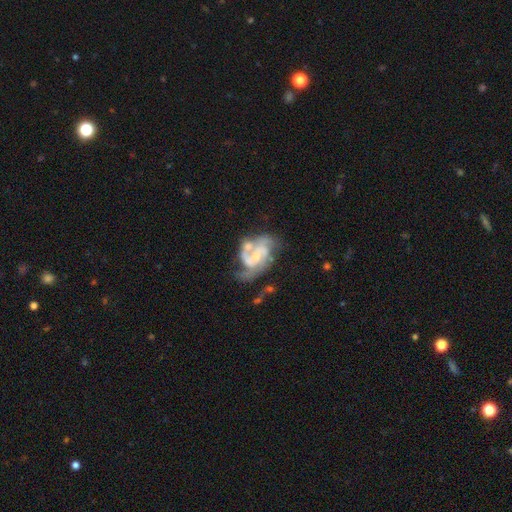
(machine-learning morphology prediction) Smooth or featured: featured or disk — 83% (smooth — 11%)
Edge-on disk: no — 98% (yes — 2%)
Bar: no — 55% (weak — 35%)
Spiral arms: yes — 88% (no — 12%)
Spiral winding: medium — 48% (tight — 28%)
Spiral arm count: 2 — 50% (3 — 20%)
Bulge size: small — 48% (moderate — 32%)
Merging: none — 32% (major disturbance — 26%)